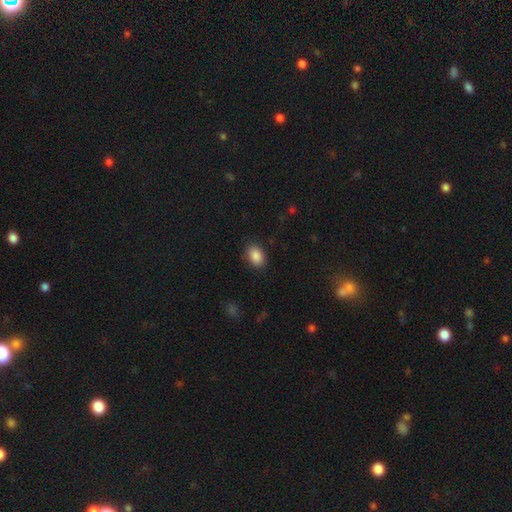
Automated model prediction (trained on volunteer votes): Morphology: type=smooth (88%); roundness=in between (85%); merging=none (86%).